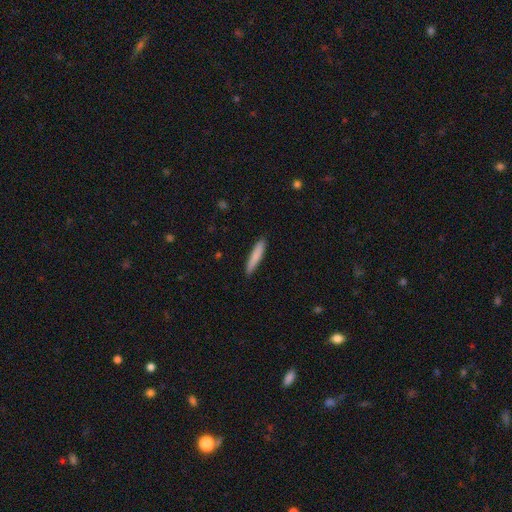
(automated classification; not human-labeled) A smooth galaxy with no disk features (82%) that is cigar-shaped (90%). Merging: none (89%).